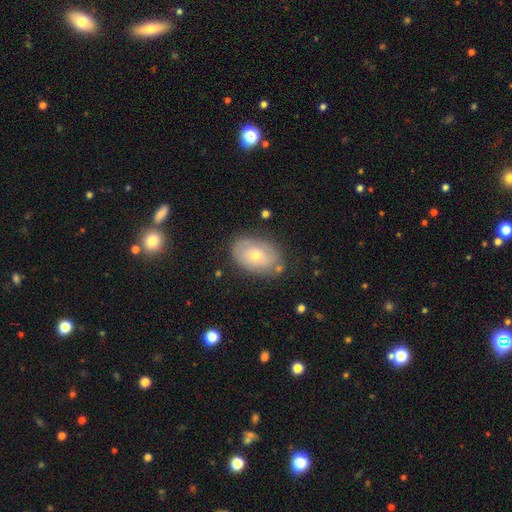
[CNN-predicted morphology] type=smooth (57%); roundness=in between (85%); merging=none (74%).